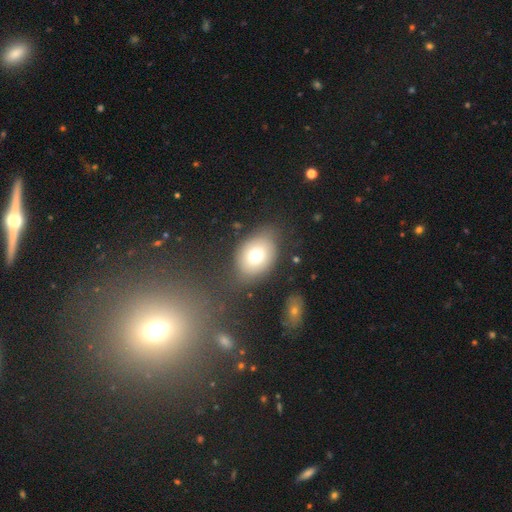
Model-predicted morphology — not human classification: A smooth galaxy with no disk features (72%) that is in between round and cigar-shaped (69%). Merging: none (71%).